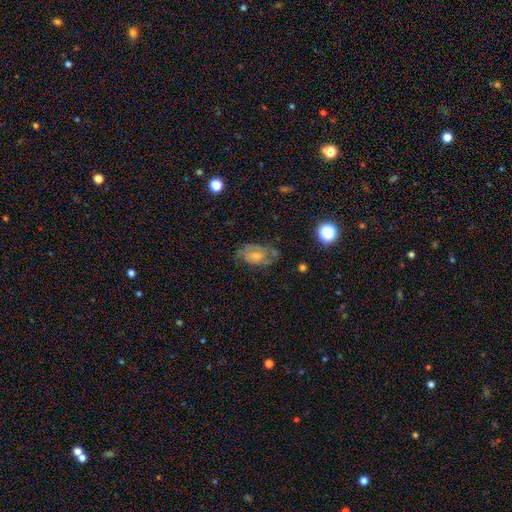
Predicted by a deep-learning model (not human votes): This appears to be a smooth galaxy with no disk features (50%). Merging: none (49%).